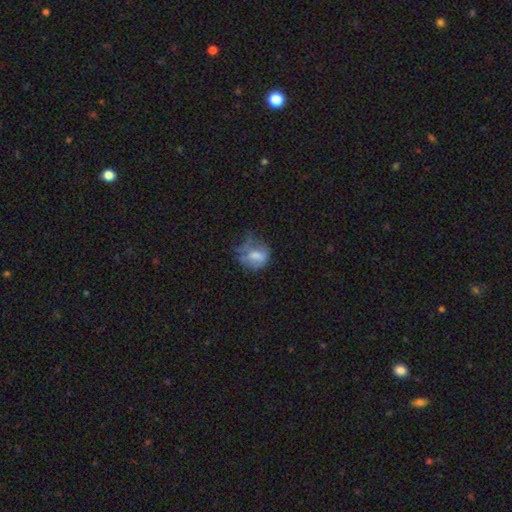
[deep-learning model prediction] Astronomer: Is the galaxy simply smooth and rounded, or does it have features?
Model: smooth — 61%.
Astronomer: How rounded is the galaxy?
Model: round — 52% (runner-up: in between, 46%).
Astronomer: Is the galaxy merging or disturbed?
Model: none — 36% (runner-up: major disturbance, 31%).